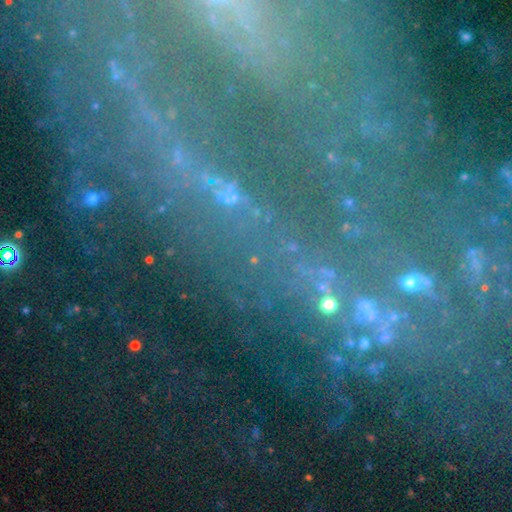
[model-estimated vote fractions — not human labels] A star or artifact, not a galaxy (62%).

Vote fractions:
- Smooth or featured? star or artifact: 62% / featured or disk: 25% / smooth: 13%